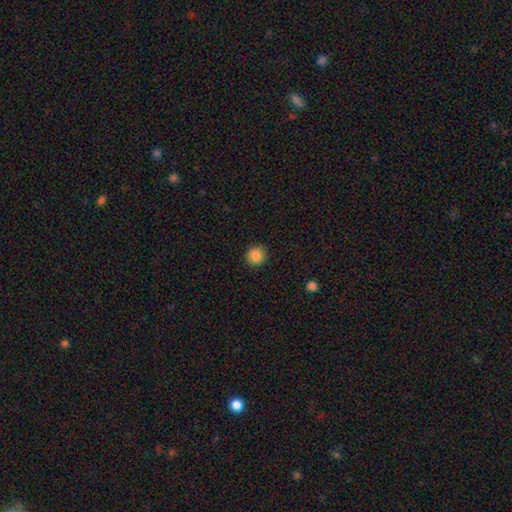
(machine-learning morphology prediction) smooth_or_featured: smooth (p=0.86) [alt: star or artifact p=0.10]
how_rounded: round (p=0.93) [alt: in between p=0.06]
merging: none (p=0.91) [alt: minor disturbance p=0.06]